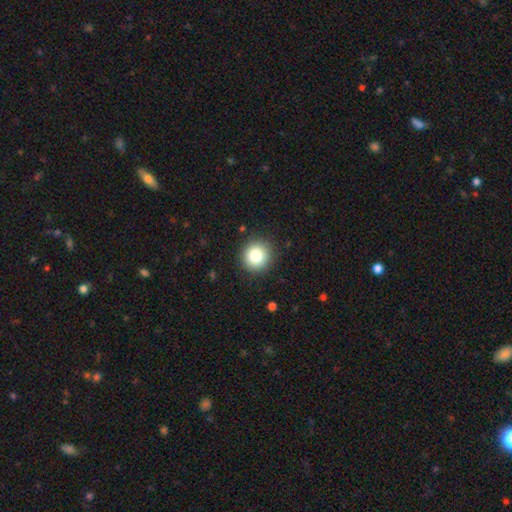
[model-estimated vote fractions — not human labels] Smooth or featured? smooth (81%)
How rounded? round (93%)
Merging? none (90%)